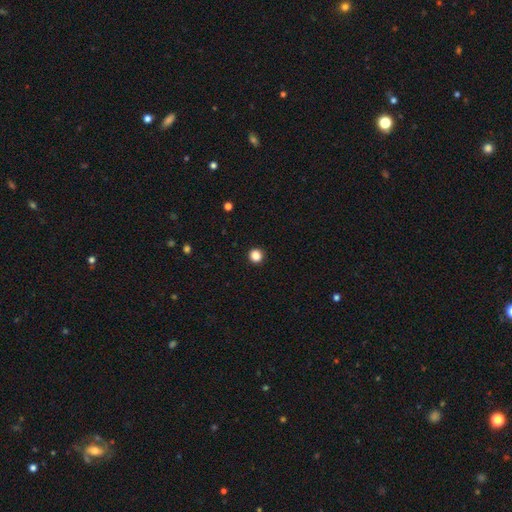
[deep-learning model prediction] Smooth or featured: smooth — 86% (star or artifact — 11%)
How rounded: round — 95% (in between — 4%)
Merging: none — 94% (minor disturbance — 4%)